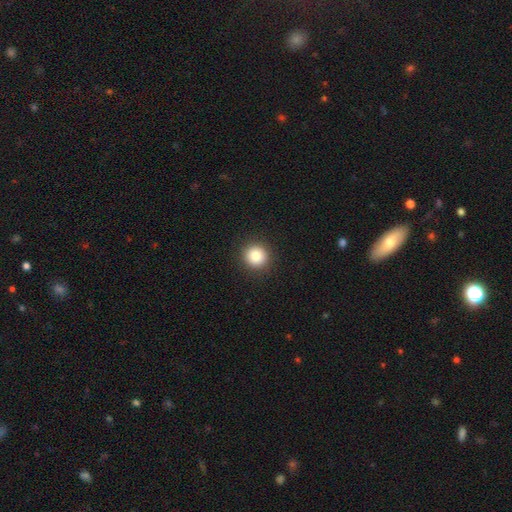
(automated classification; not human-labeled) Overall: smooth (83%). How rounded: round (94%). Merging: none (92%).